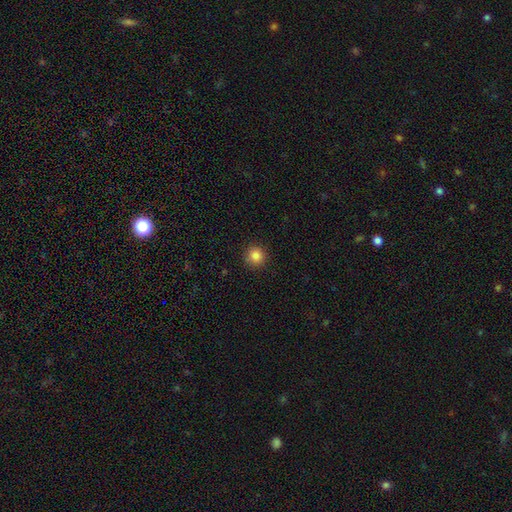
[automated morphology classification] Smooth or featured? smooth (85%)
How rounded? round (94%)
Merging? none (91%)